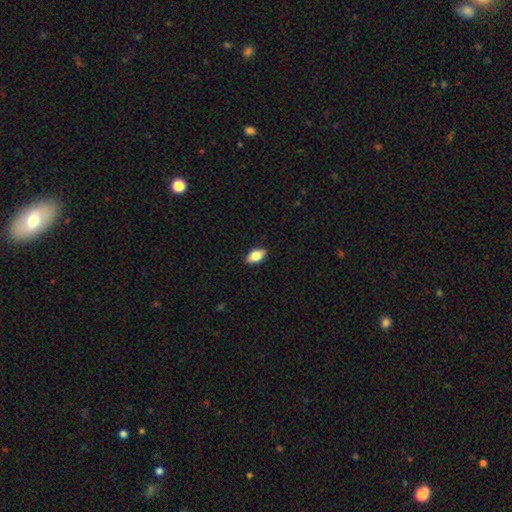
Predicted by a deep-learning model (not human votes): The model was most divided on "smooth or featured": smooth: 76%, featured or disk: 17%, star or artifact: 7%. More confident: merging — none (89%); how rounded — in between (89%).